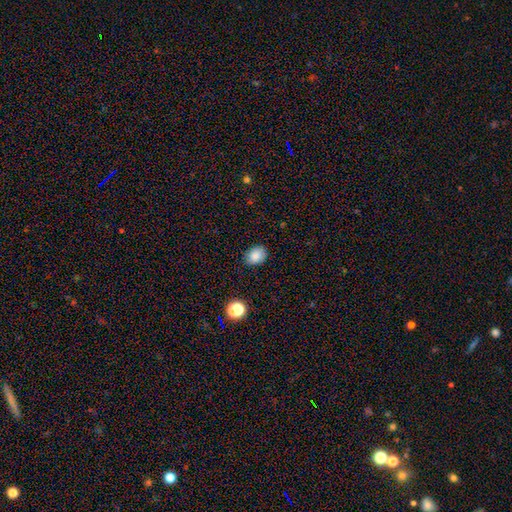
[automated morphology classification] smooth 85%, star or artifact 10%, featured or disk 5%. Down the decision tree: how rounded — in between (63%); merging — none (83%).